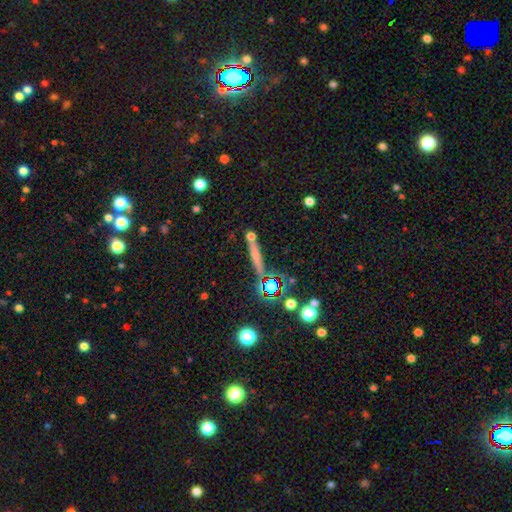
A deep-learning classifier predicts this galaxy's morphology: A smooth galaxy with no disk features (51%) that is cigar-shaped (84%). Merging: none (70%).